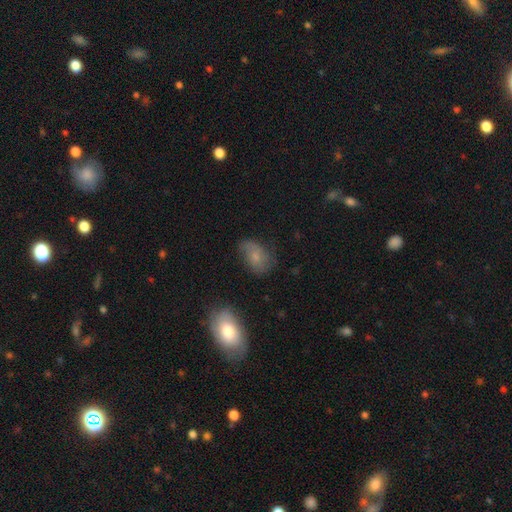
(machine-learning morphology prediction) This appears to be a smooth galaxy with no disk features (56%) that is in between round and cigar-shaped (83%). Merging: none (57%).